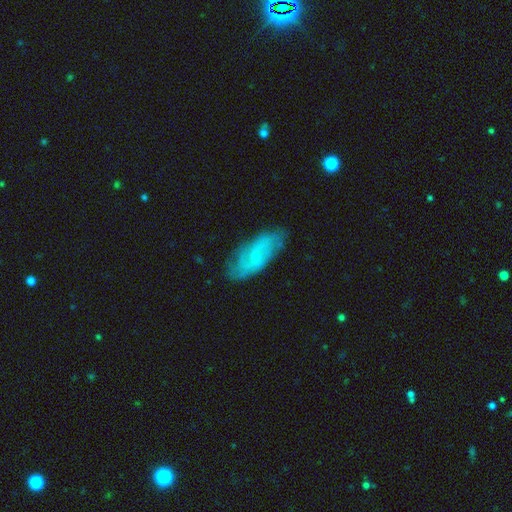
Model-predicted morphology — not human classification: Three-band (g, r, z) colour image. It shows a featured or disk galaxy (57%) with no bar (49%), spiral arms (82%) and a small central bulge (49%). Merging: none (74%).